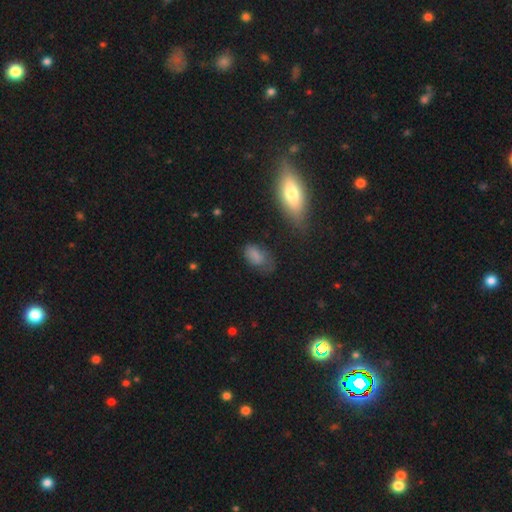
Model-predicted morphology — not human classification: type=smooth (76%); roundness=in between (90%); merging=none (47%).